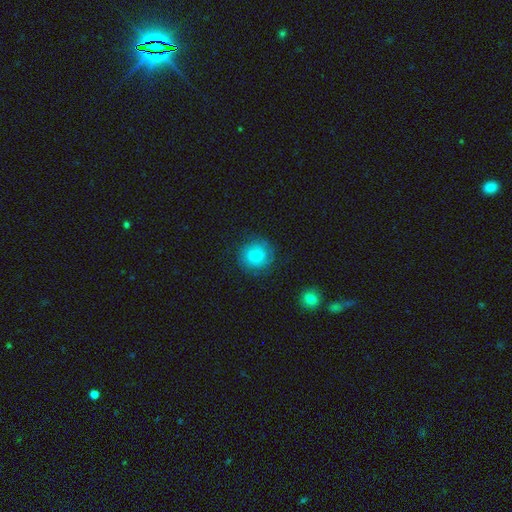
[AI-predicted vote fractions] This appears to be a smooth galaxy with no disk features (70%) that is round (88%). Merging: none (79%).